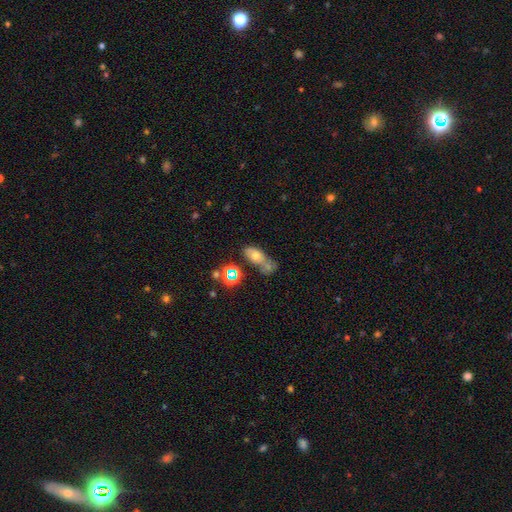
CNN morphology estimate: Smooth or featured? smooth (54%)
How rounded? in between (74%)
Merging? merger (39%)